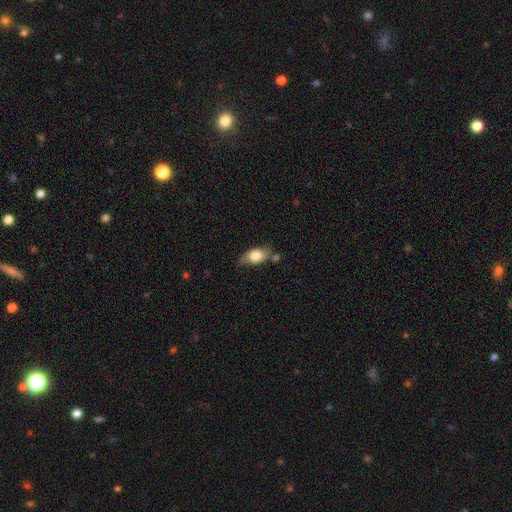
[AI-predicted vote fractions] Smooth or featured? Predicted: smooth (p=0.74). How rounded? Predicted: in between (p=0.86). Merging? Predicted: none (p=0.63).